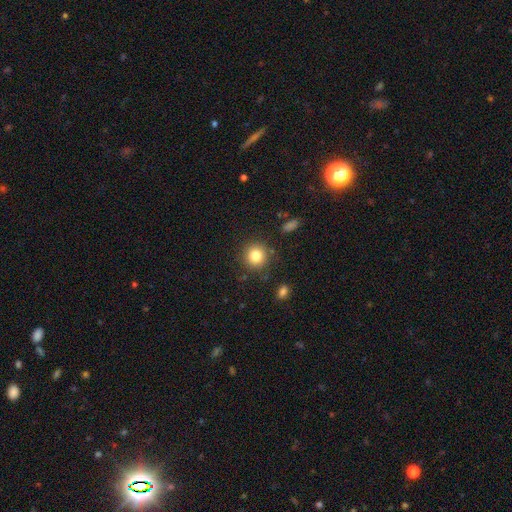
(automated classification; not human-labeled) This is clearly a smooth galaxy (82%). How rounded: clearly round (92%). Merging: clearly none (87%).